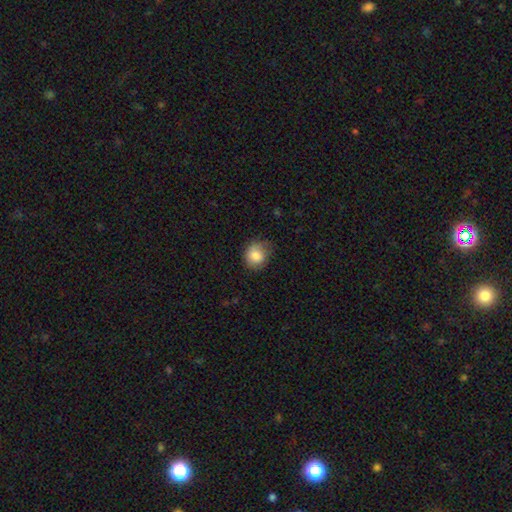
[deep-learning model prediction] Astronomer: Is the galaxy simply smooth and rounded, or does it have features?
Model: smooth — 82%.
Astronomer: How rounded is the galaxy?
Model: round — 72%.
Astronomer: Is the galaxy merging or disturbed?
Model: none — 66%.